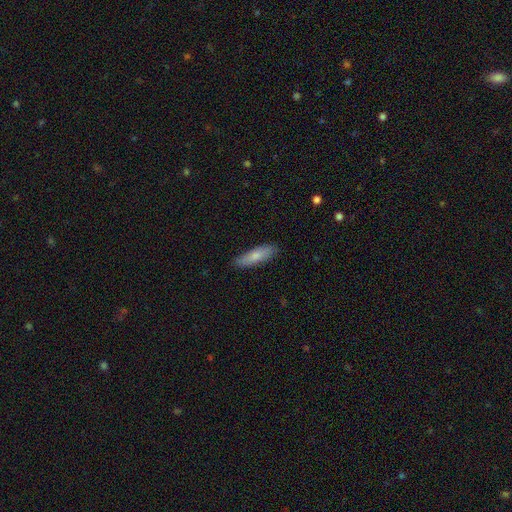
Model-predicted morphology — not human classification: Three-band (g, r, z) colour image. It shows a smooth galaxy with no disk features (77%) that is cigar-shaped (60%). Merging: none (86%).